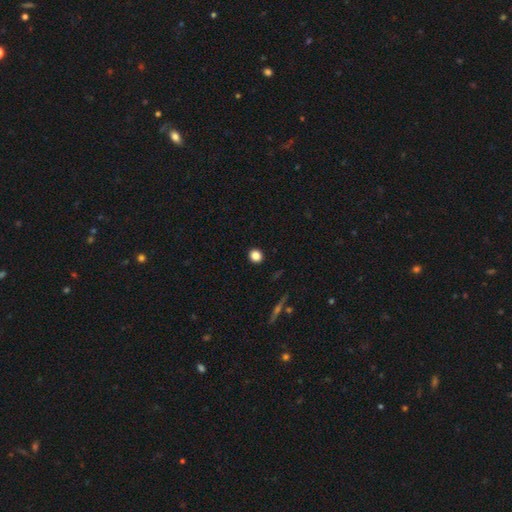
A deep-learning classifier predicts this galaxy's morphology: Overall: smooth (85%). How rounded: round (81%). Merging: none (92%).